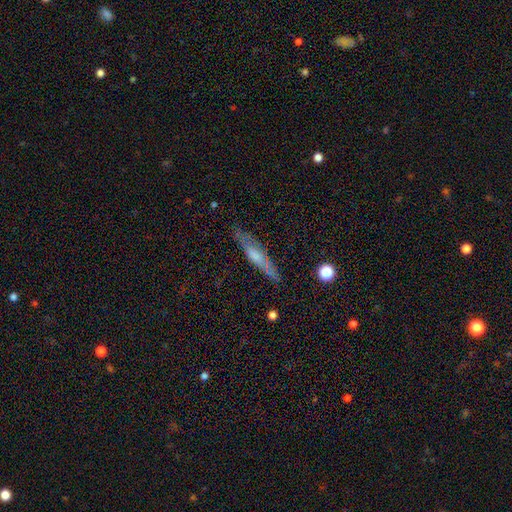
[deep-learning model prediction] smooth-or-featured: featured or disk: 54% | smooth: 37% | star or artifact: 8%
  disk-edge-on: yes: 83% | no: 17%
  merging: none: 82% | minor disturbance: 13% | major disturbance: 3% | merger: 1%